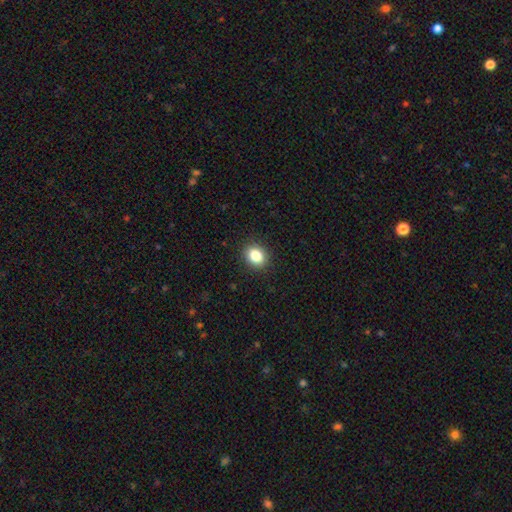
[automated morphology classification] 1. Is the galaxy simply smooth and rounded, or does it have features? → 84% smooth, 10% star or artifact, 6% featured or disk.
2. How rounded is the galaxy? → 57% round, 42% in between, 1% cigar-shaped.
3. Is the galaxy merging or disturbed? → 90% none, 7% minor disturbance, 2% major disturbance, 1% merger.